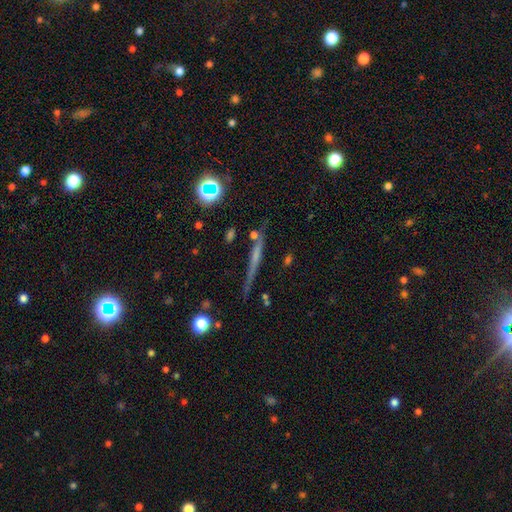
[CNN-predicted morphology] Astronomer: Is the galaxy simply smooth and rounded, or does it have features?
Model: featured or disk — 51% (runner-up: smooth, 34%).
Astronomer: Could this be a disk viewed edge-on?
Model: yes — 92%.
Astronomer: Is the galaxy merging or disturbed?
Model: none — 74%.